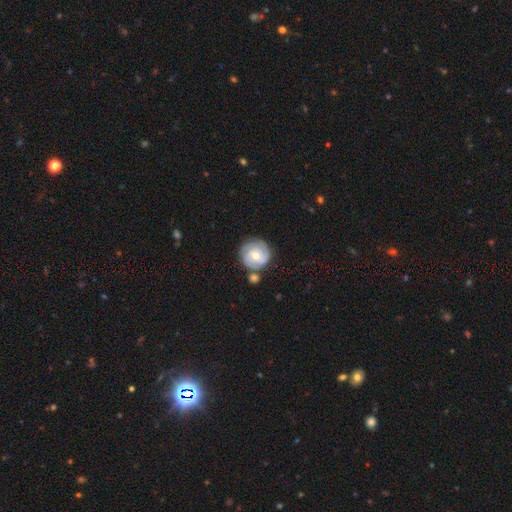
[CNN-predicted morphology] This appears to be a featured or disk galaxy (71%) with no bar (65%), 3 (32%) tight (70%) spiral arms (91%) and a moderate central bulge (67%). Merging: none (68%).